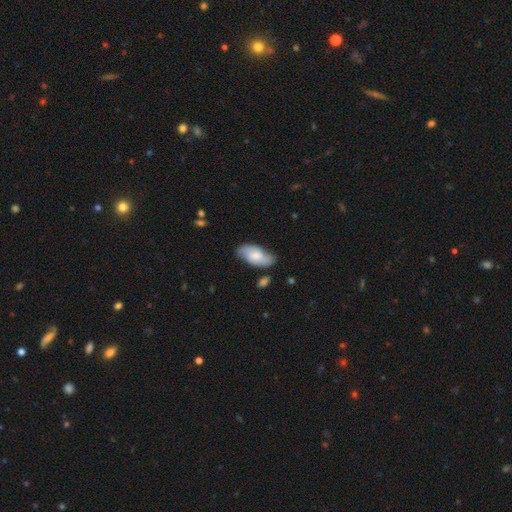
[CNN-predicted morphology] Smooth or featured? featured or disk (49%)
Merging? none (71%)